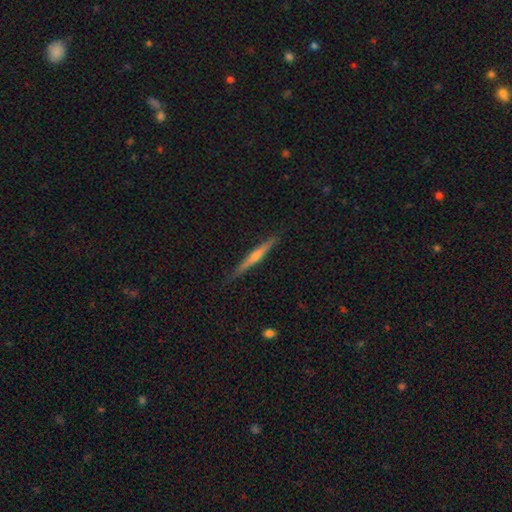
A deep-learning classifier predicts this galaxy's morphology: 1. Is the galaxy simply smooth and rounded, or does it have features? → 71% featured or disk, 23% smooth, 6% star or artifact.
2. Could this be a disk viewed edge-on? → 98% yes, 2% no.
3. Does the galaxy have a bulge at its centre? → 72% rounded, 22% none, 6% boxy.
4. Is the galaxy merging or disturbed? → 90% none, 8% minor disturbance, 1% major disturbance, 1% merger.